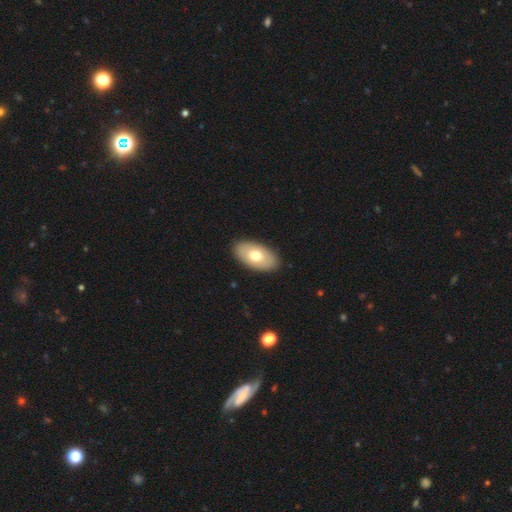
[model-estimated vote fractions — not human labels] smooth-or-featured: smooth: 67% | featured or disk: 27% | star or artifact: 6%
  how-rounded: in between: 94% | round: 4% | cigar-shaped: 2%
  merging: none: 89% | minor disturbance: 8% | major disturbance: 2% | merger: 1%